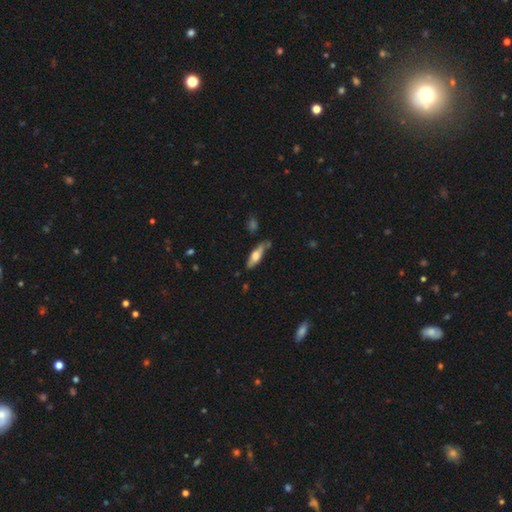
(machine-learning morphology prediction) Smooth or featured: smooth — 54% (featured or disk — 40%)
How rounded: cigar-shaped — 56% (in between — 42%)
Merging: none — 72% (minor disturbance — 20%)